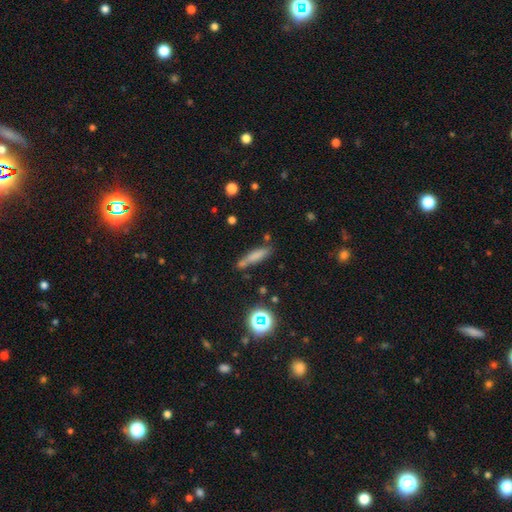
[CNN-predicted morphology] smooth-or-featured: smooth: 72% | featured or disk: 16% | star or artifact: 12%
  how-rounded: cigar-shaped: 78% | in between: 19% | round: 3%
  merging: none: 67% | minor disturbance: 18% | merger: 10% | major disturbance: 5%